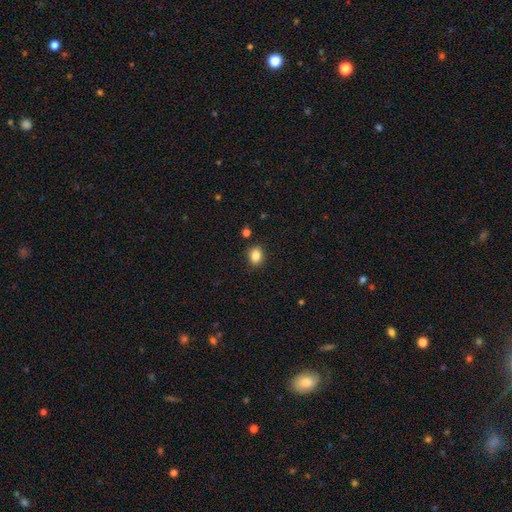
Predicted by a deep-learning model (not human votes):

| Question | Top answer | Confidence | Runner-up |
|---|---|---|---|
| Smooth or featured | smooth | 85% | star or artifact (10%) |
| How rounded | in between | 57% | round (42%) |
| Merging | none | 86% | minor disturbance (9%) |